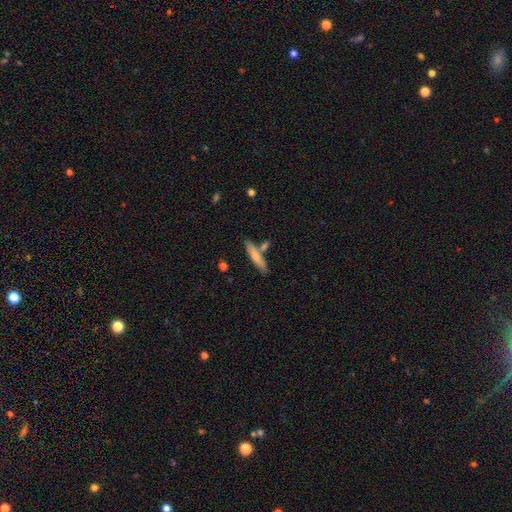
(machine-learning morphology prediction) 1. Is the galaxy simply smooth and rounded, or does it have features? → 75% smooth, 19% featured or disk, 6% star or artifact.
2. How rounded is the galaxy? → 87% cigar-shaped, 11% in between, 2% round.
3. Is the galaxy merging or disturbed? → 73% none, 12% merger, 12% minor disturbance, 3% major disturbance.